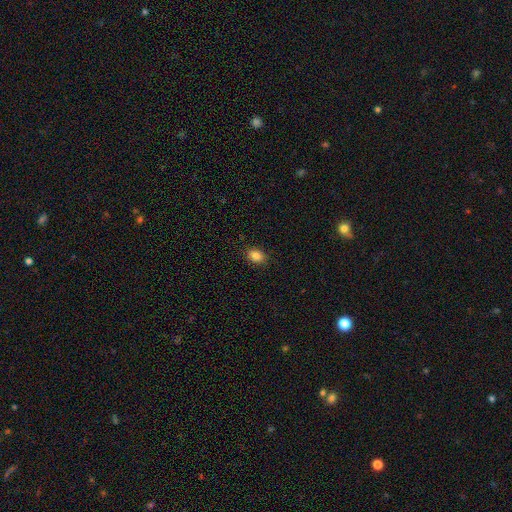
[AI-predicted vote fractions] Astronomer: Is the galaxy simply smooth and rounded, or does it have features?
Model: smooth — 86%.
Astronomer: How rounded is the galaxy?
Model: in between — 76%.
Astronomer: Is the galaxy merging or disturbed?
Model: none — 88%.